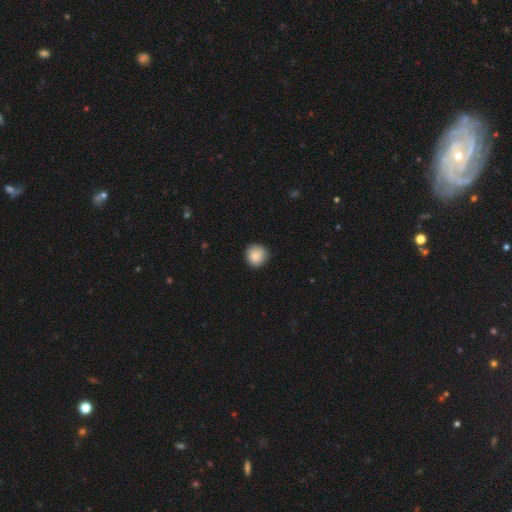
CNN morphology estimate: This is clearly a smooth galaxy (87%). How rounded: clearly round (93%). Merging: clearly none (87%).